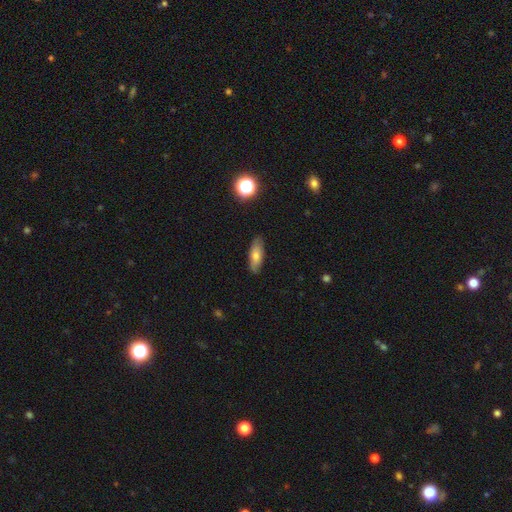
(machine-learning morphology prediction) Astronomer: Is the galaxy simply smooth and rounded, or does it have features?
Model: smooth — 68%.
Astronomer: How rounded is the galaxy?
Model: in between — 60% (runner-up: cigar-shaped, 36%).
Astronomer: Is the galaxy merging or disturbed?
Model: none — 84%.